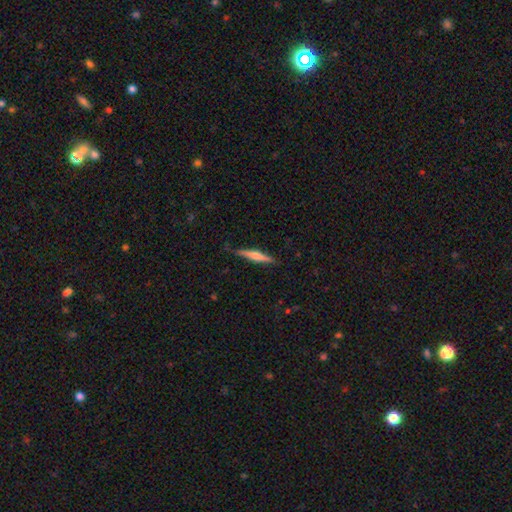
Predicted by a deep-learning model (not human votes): Smooth or featured: featured or disk — 57% (smooth — 37%)
Edge-on disk: yes — 96% (no — 4%)
Edge-on bulge: rounded — 83% (none — 9%)
Merging: none — 82% (minor disturbance — 14%)